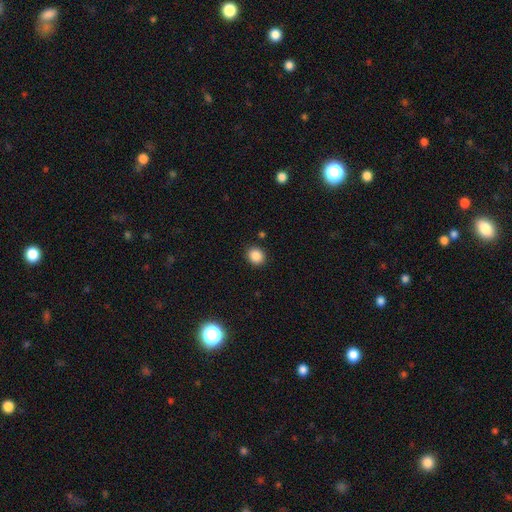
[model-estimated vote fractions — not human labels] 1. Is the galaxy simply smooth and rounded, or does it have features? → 87% smooth, 10% star or artifact, 3% featured or disk.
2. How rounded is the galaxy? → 77% round, 23% in between, 1% cigar-shaped.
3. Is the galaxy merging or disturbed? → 90% none, 7% minor disturbance, 2% major disturbance, 1% merger.